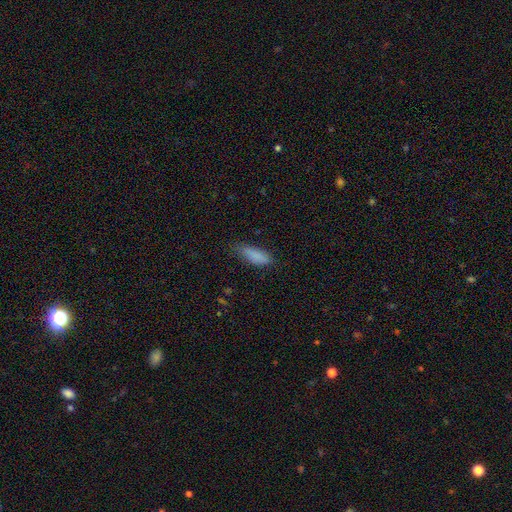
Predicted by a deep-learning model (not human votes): The model was most divided on "how rounded": in between: 63%, cigar-shaped: 35%, round: 2%. More confident: smooth or featured — smooth (85%); merging — none (64%).